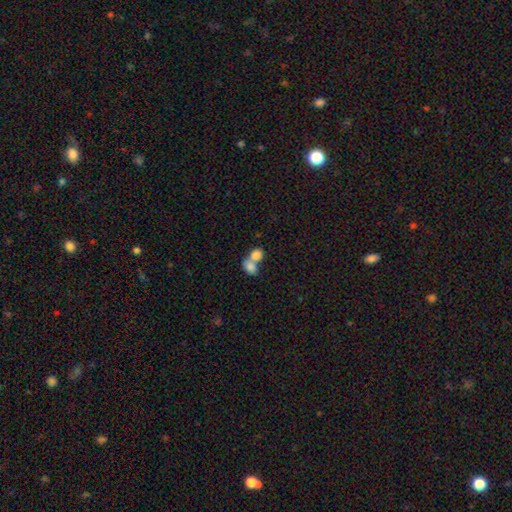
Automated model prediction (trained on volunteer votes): Morphology: type=smooth (81%); roundness=in between (56%); merging=merger (72%).